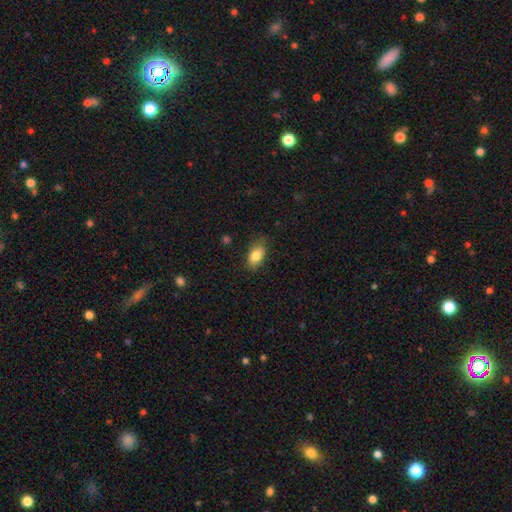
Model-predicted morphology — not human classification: This appears to be a smooth galaxy with no disk features (84%) that is in between round and cigar-shaped (89%). Merging: none (79%).